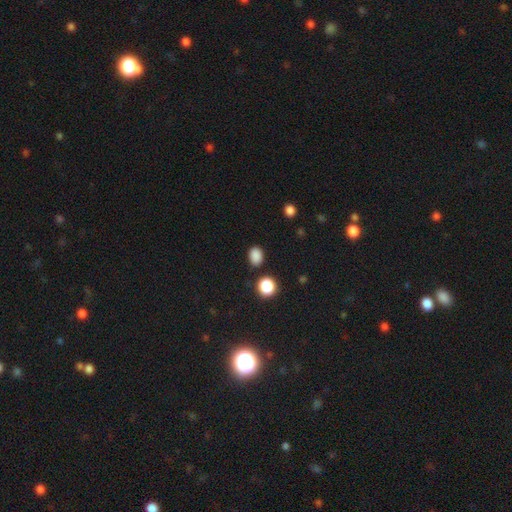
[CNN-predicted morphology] The model was most divided on "how rounded": in between: 60%, round: 39%, cigar-shaped: 1%. More confident: smooth or featured — smooth (85%); merging — none (83%).